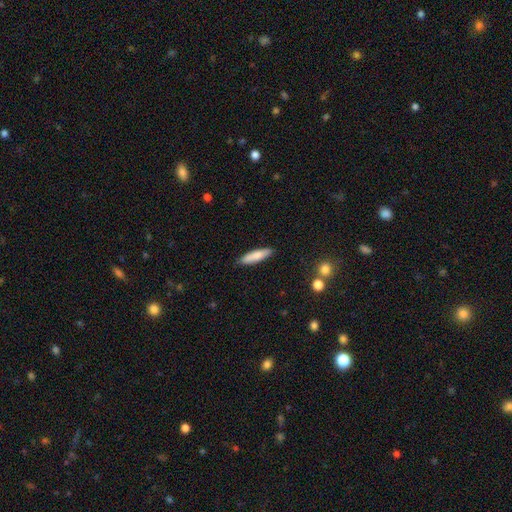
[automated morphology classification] The model was most divided on "how rounded": cigar-shaped: 75%, in between: 23%, round: 2%. More confident: merging — none (88%); smooth or featured — smooth (80%).